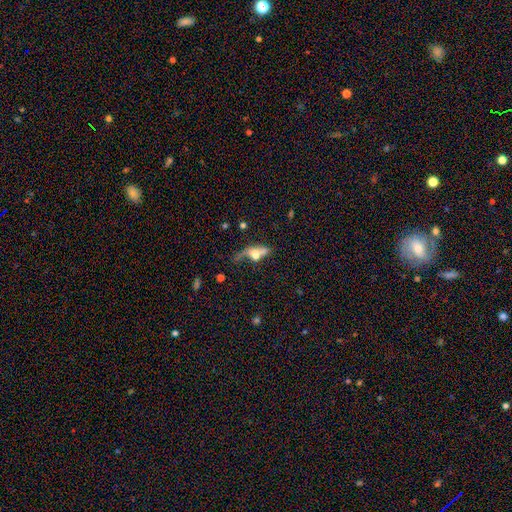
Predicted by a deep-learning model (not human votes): Smooth or featured?
  - smooth: 46% *
  - featured or disk: 43%
  - star or artifact: 12%
Merging?
  - merger: 40% *
  - none: 24%
  - major disturbance: 22%
  - minor disturbance: 14%